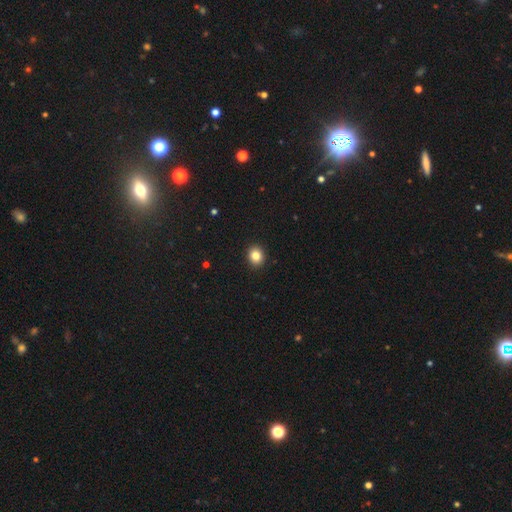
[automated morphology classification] type=smooth (84%); roundness=round (69%); merging=none (92%).